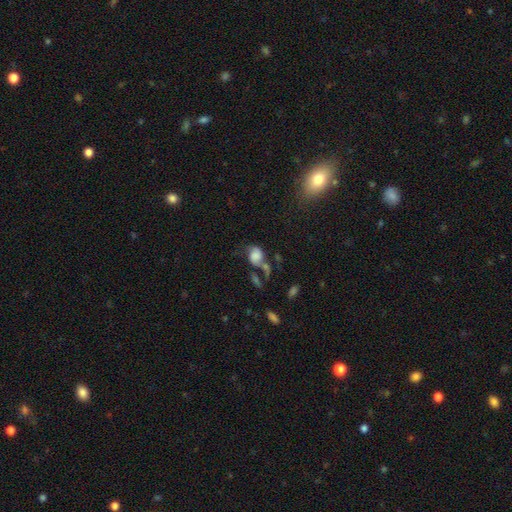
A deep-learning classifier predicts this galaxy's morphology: This is possibly a smooth galaxy (60%). How rounded: possibly in between (58%). Merging: marginally merger (28%).